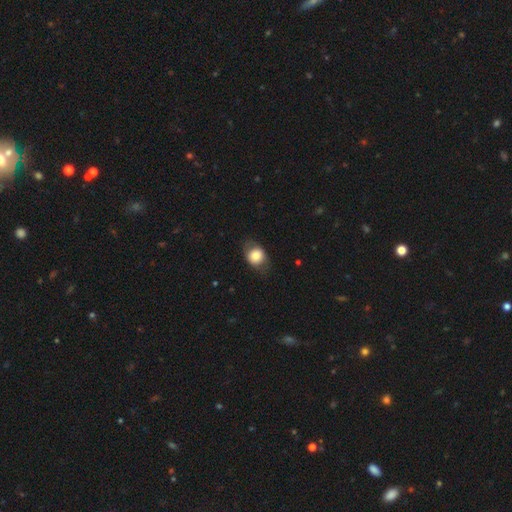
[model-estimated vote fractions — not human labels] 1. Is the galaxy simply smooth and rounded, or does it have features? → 74% smooth, 18% featured or disk, 8% star or artifact.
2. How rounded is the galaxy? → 51% round, 48% in between, 1% cigar-shaped.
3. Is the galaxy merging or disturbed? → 73% none, 18% minor disturbance, 7% major disturbance, 1% merger.